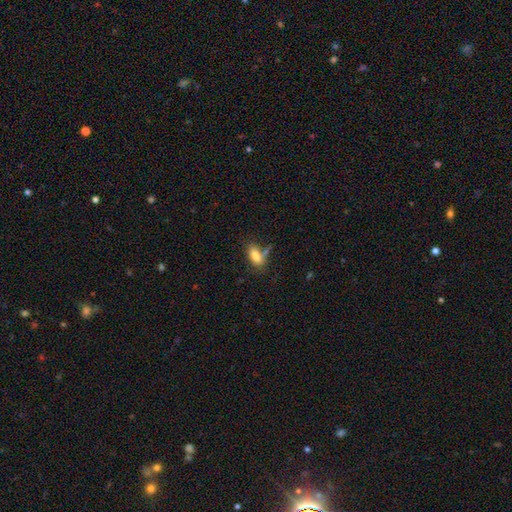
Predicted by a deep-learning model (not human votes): Q: Smooth or featured?
A: smooth (81%); runner-up: featured or disk (11%)
Q: How rounded?
A: in between (89%); runner-up: cigar-shaped (6%)
Q: Merging?
A: none (57%); runner-up: minor disturbance (19%)